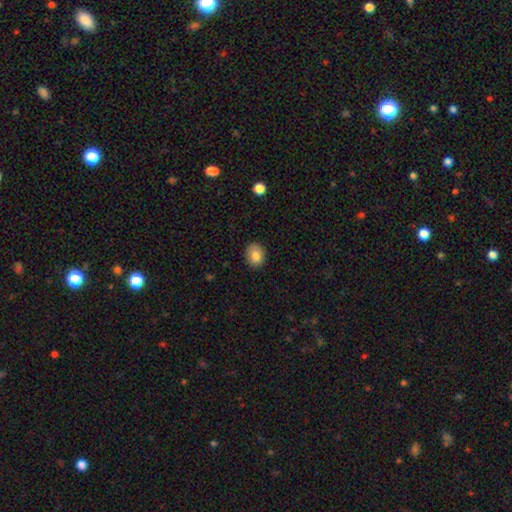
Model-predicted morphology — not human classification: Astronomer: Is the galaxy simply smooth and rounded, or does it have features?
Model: smooth — 83%.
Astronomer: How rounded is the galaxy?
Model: round — 51% (runner-up: in between, 48%).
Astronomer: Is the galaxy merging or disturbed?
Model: none — 85%.